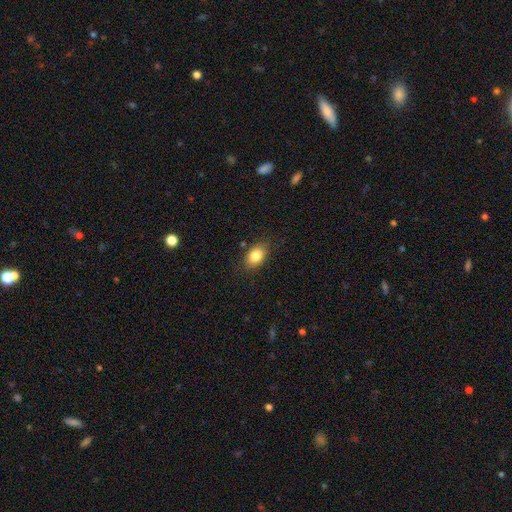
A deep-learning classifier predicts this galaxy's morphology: Smooth or featured?
  - smooth: 83% *
  - star or artifact: 9%
  - featured or disk: 8%
How rounded?
  - in between: 76% *
  - round: 22%
  - cigar-shaped: 1%
Merging?
  - none: 82% *
  - minor disturbance: 13%
  - major disturbance: 3%
  - merger: 1%